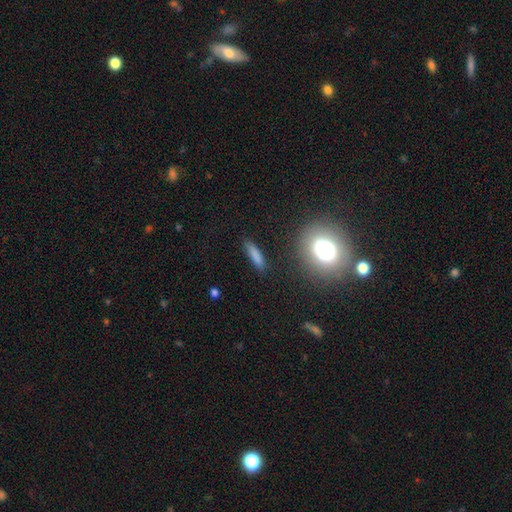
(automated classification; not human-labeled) Morphology: type=smooth (83%); roundness=cigar-shaped (75%); merging=none (85%).